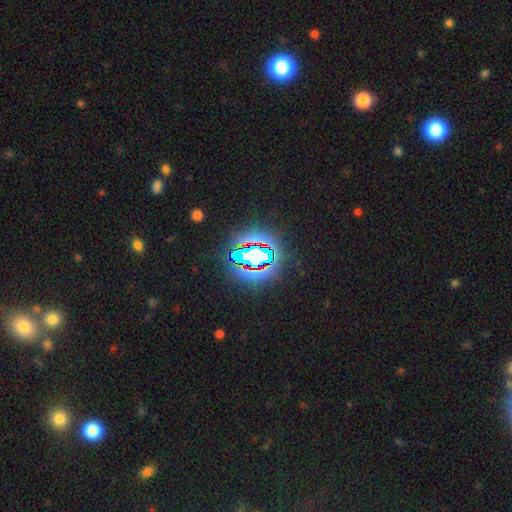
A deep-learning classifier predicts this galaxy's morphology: Q: Smooth or featured?
A: star or artifact (70%); runner-up: smooth (17%)